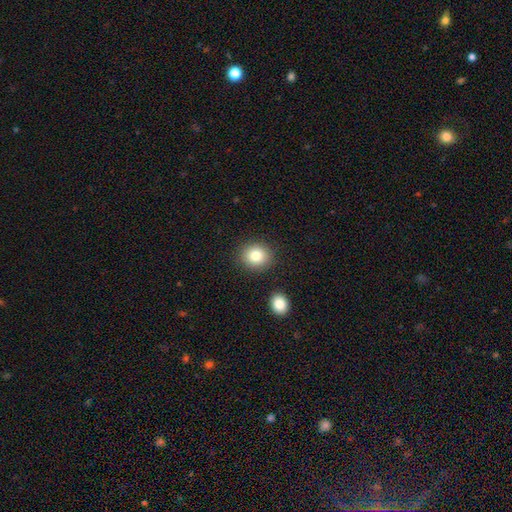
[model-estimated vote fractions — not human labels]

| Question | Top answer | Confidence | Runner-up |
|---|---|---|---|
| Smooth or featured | smooth | 82% | star or artifact (10%) |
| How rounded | round | 77% | in between (22%) |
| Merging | none | 87% | minor disturbance (7%) |